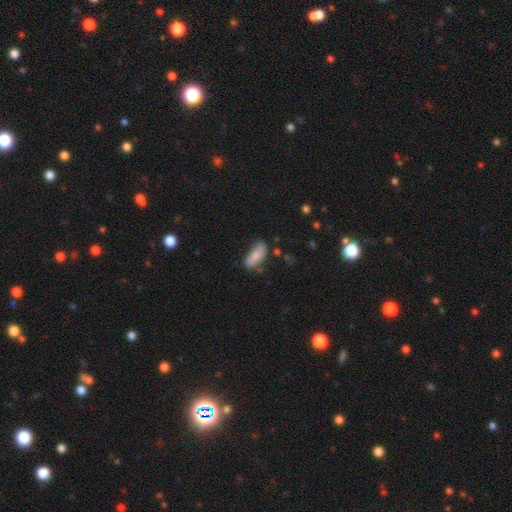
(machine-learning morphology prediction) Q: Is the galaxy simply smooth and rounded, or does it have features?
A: smooth — 75%.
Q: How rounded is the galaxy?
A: in between — 76%.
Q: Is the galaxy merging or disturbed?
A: none — 63%.